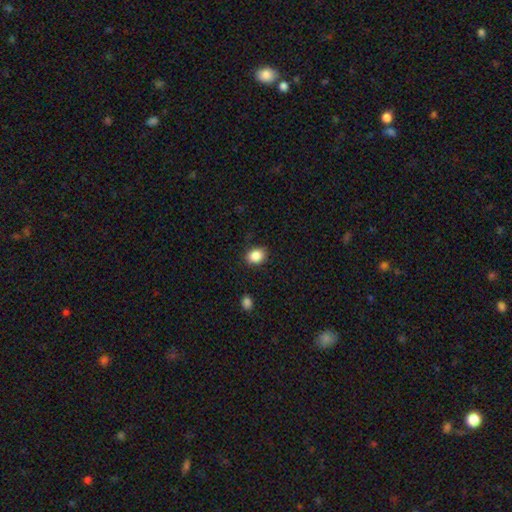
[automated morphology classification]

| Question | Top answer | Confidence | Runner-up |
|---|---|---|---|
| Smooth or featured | smooth | 87% | star or artifact (9%) |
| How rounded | in between | 54% | round (45%) |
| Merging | none | 87% | minor disturbance (9%) |